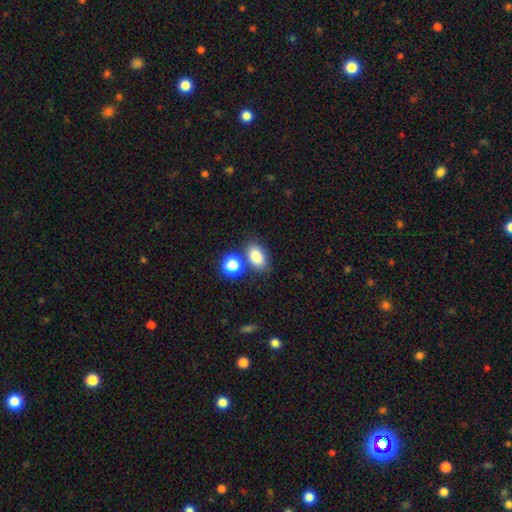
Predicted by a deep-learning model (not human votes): Overall: smooth (84%). How rounded: in between (84%). Merging: none (66%).